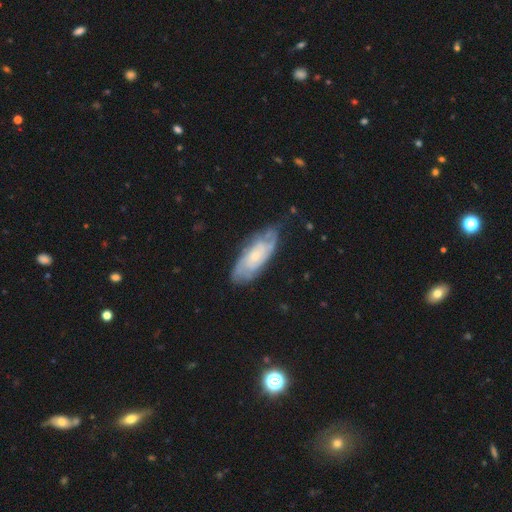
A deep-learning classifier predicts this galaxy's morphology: A featured or disk galaxy (74%) with no bar (69%), tight (61%) spiral arms (92%) and a small central bulge (60%). Merging: none (71%).